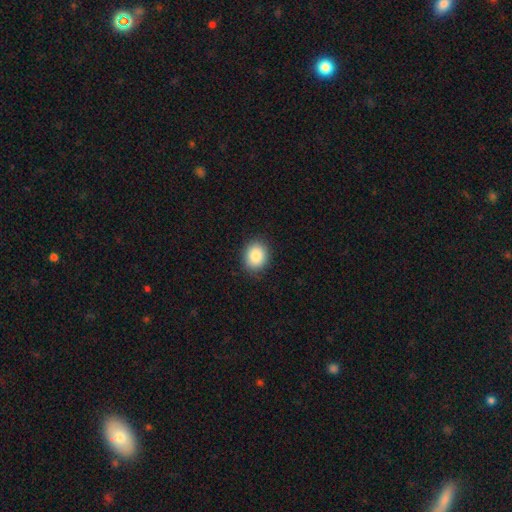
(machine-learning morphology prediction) smooth 86%, star or artifact 8%, featured or disk 5%. Down the decision tree: how rounded — round (61%); merging — none (88%).